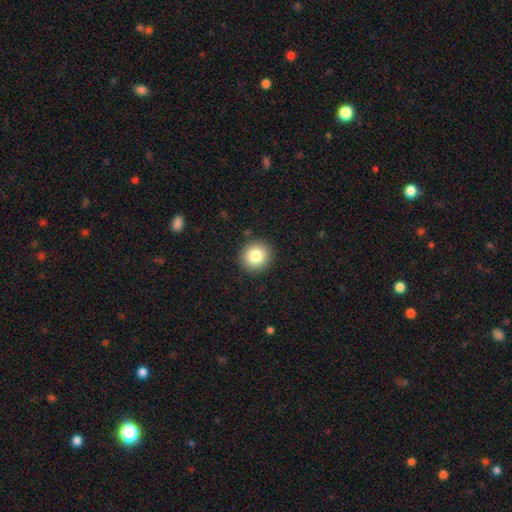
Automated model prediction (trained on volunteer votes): The model was most divided on "smooth or featured": smooth: 82%, star or artifact: 10%, featured or disk: 9%. More confident: merging — none (90%); how rounded — round (90%).